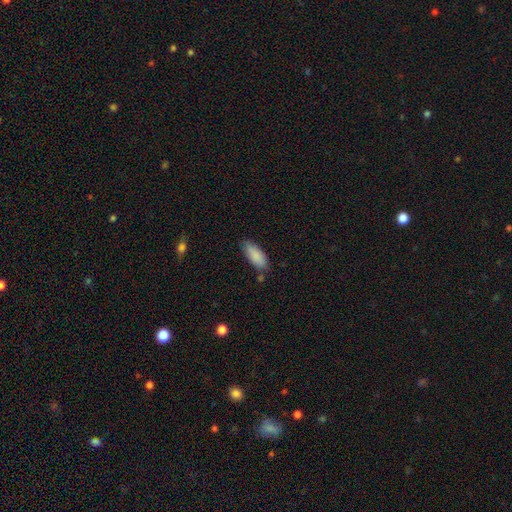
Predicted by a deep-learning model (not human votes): This appears to be a smooth galaxy with no disk features (88%) that is in between round and cigar-shaped (79%). Merging: none (72%).